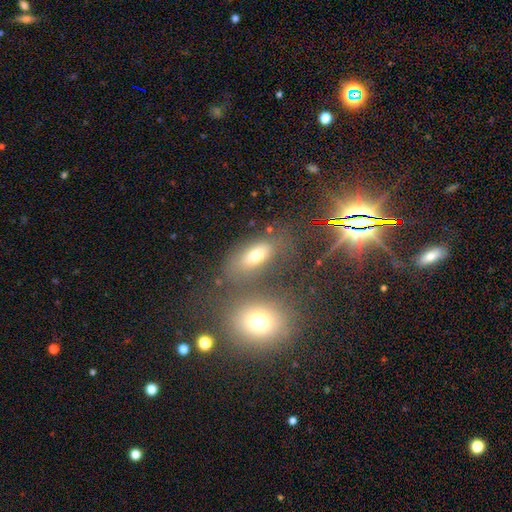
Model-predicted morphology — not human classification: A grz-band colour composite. It shows a smooth galaxy with no disk features (62%) that is in between round and cigar-shaped (81%). Merging: none (64%).